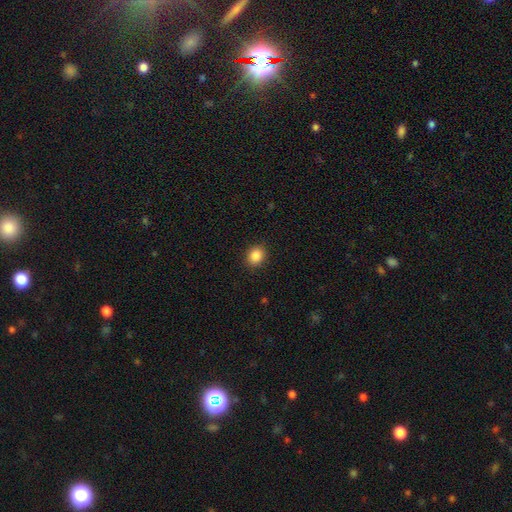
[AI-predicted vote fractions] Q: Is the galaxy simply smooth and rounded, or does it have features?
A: smooth — 87%.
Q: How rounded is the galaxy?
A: round — 60%.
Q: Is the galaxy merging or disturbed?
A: none — 90%.